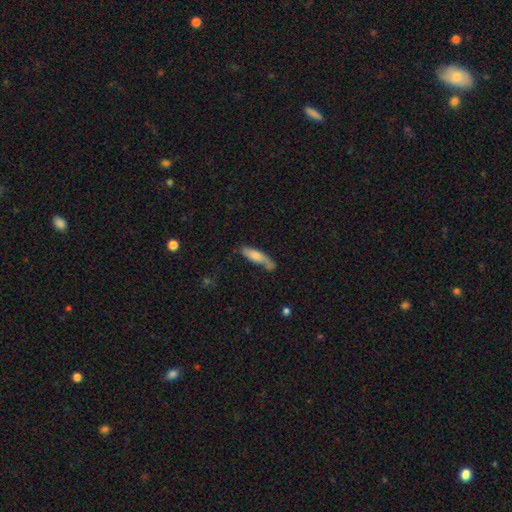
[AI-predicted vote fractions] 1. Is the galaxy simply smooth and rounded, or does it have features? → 71% smooth, 23% featured or disk, 6% star or artifact.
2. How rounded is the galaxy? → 66% cigar-shaped, 32% in between, 2% round.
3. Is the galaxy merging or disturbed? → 55% none, 27% minor disturbance, 9% major disturbance, 9% merger.